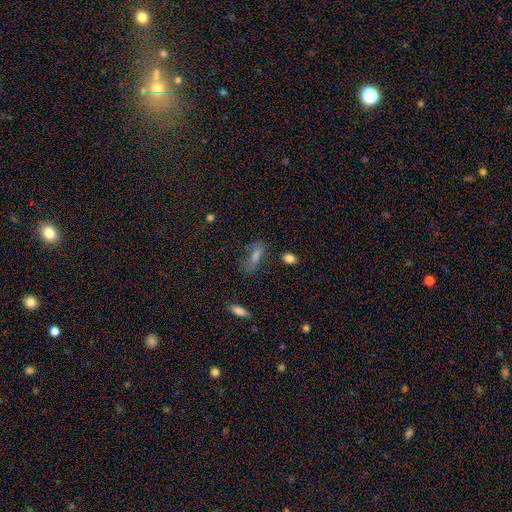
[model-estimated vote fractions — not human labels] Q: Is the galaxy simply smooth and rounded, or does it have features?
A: smooth — 51%.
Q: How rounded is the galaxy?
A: in between — 68%.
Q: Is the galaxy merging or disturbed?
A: none — 61%.